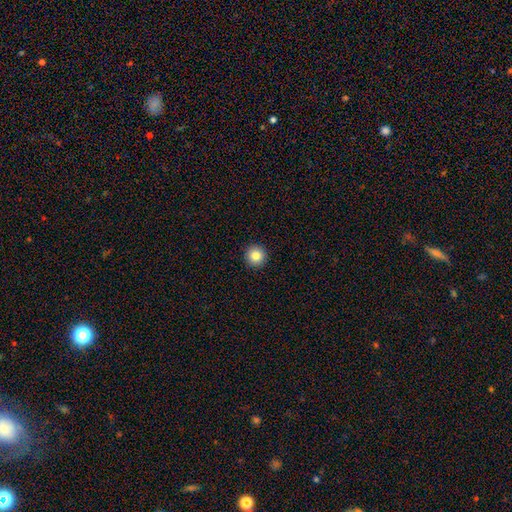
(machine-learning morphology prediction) smooth_or_featured: smooth (p=0.84) [alt: star or artifact p=0.10]
how_rounded: round (p=0.96) [alt: in between p=0.03]
merging: none (p=0.93) [alt: minor disturbance p=0.04]